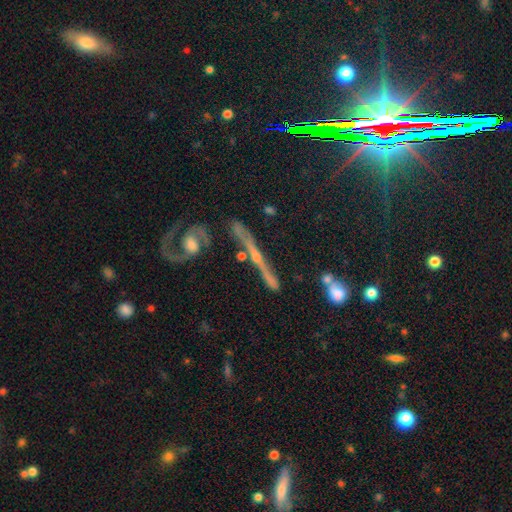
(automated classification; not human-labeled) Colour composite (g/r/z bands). It shows a featured or disk galaxy (76%) viewed edge-on (85%) with a rounded central bulge (71%). Merging: none (66%).